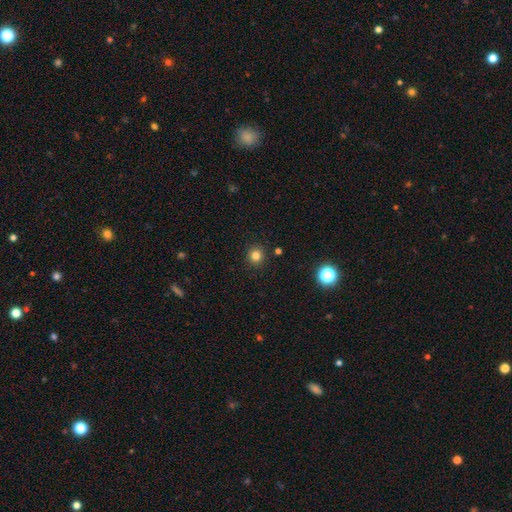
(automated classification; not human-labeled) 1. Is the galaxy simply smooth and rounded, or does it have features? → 81% smooth, 14% star or artifact, 5% featured or disk.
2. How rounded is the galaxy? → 92% round, 7% in between, 1% cigar-shaped.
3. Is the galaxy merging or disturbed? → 91% none, 6% minor disturbance, 2% major disturbance, 2% merger.